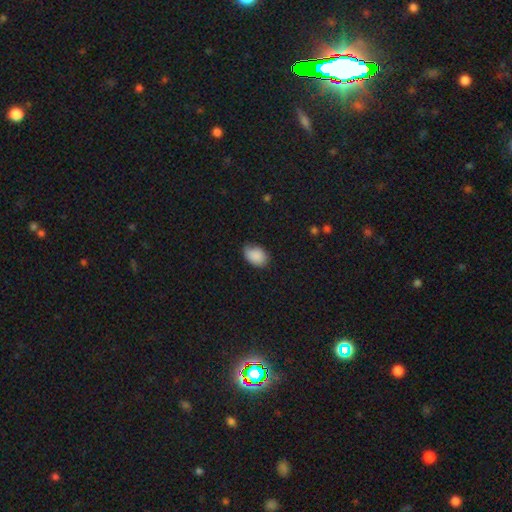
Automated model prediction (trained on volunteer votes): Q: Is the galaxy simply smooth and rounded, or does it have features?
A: smooth — 88%.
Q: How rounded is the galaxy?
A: in between — 80%.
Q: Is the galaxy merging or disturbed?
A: none — 60%.